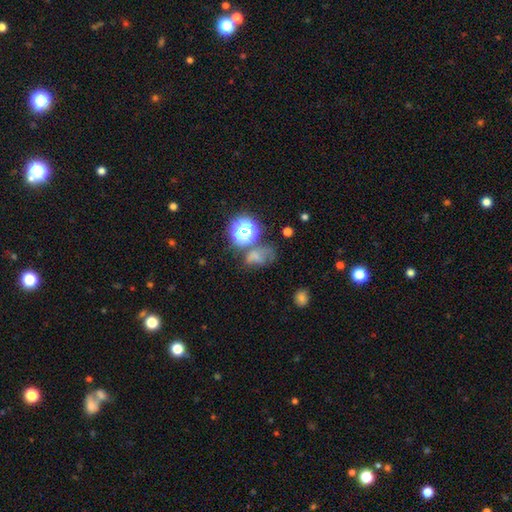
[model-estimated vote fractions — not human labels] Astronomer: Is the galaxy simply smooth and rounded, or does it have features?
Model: smooth — 56%.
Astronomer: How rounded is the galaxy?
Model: in between — 57% (runner-up: round, 41%).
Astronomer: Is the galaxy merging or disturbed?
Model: none — 38% (runner-up: major disturbance, 26%).